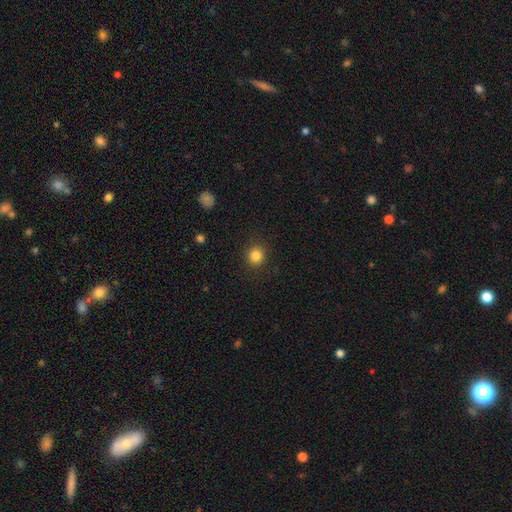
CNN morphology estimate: This appears to be a smooth galaxy with no disk features (84%) that is round (89%). Merging: none (90%).